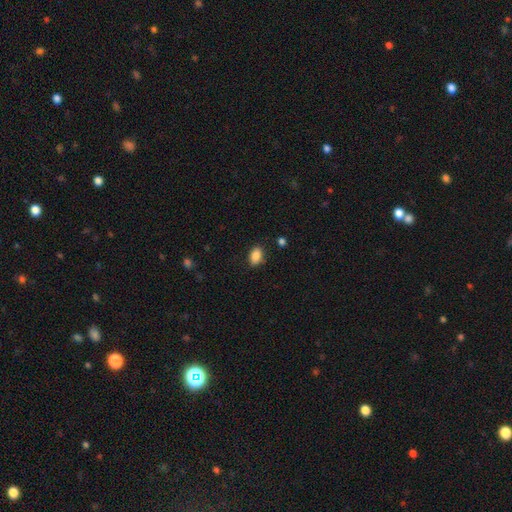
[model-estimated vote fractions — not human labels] Morphology: type=smooth (87%); roundness=in between (86%); merging=none (84%).